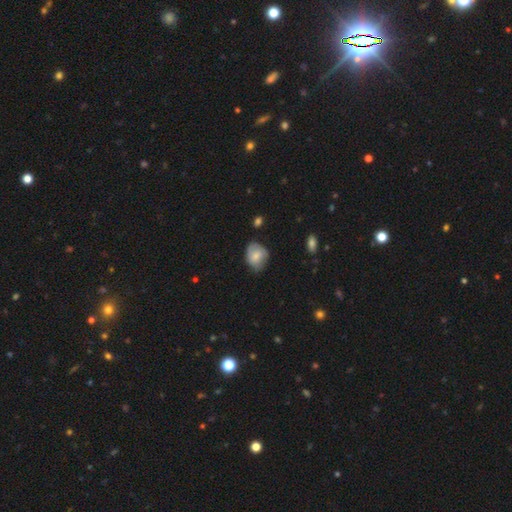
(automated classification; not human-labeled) This is likely a smooth galaxy (68%). How rounded: possibly in between (52%). Merging: possibly none (56%).